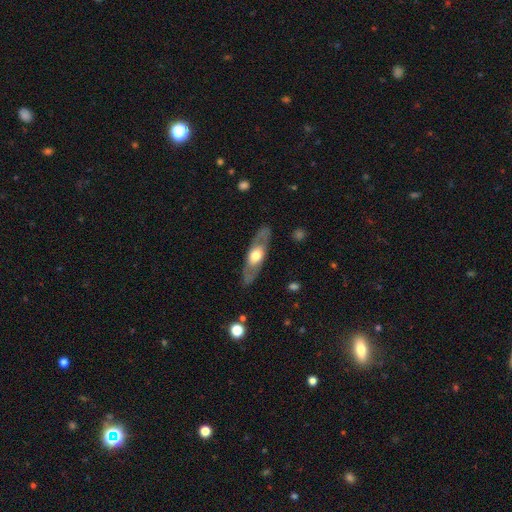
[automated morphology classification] This appears to be a featured or disk galaxy (56%). Merging: none (85%).